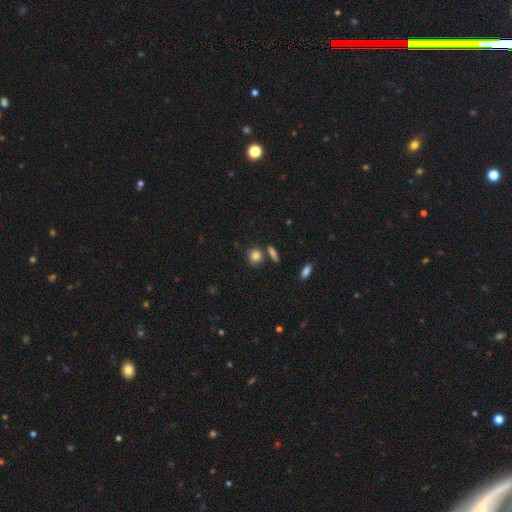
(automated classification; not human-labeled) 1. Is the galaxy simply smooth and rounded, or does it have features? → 83% smooth, 10% star or artifact, 7% featured or disk.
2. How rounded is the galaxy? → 77% round, 20% in between, 2% cigar-shaped.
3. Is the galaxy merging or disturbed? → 75% none, 12% merger, 10% minor disturbance, 3% major disturbance.